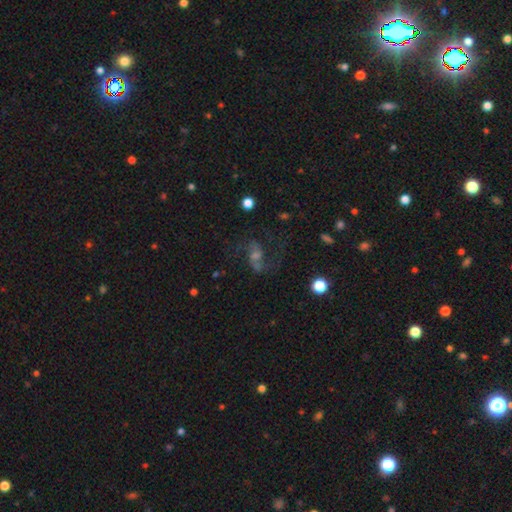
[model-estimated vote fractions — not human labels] Smooth or featured: featured or disk — 65% (star or artifact — 19%)
Edge-on disk: no — 96% (yes — 4%)
Bar: no — 50% (weak — 38%)
Spiral arms: yes — 87% (no — 13%)
Spiral winding: loose — 63% (medium — 30%)
Spiral arm count: 2 — 81% (1 — 10%)
Bulge size: small — 40% (moderate — 39%)
Merging: none — 55% (major disturbance — 23%)